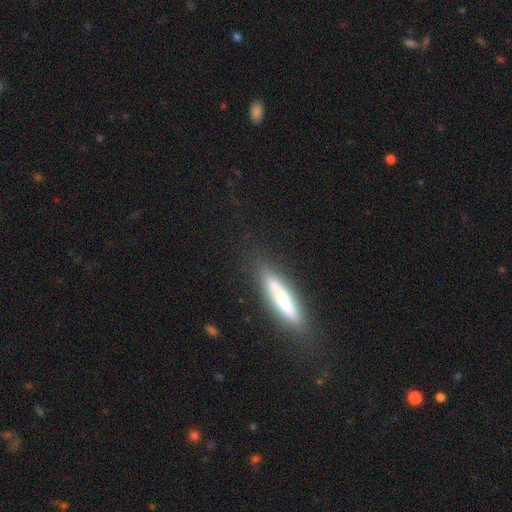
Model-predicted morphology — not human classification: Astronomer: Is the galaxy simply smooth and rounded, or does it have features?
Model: smooth — 56% (runner-up: featured or disk, 34%).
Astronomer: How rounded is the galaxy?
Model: cigar-shaped — 86%.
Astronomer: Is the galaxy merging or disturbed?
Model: none — 77%.